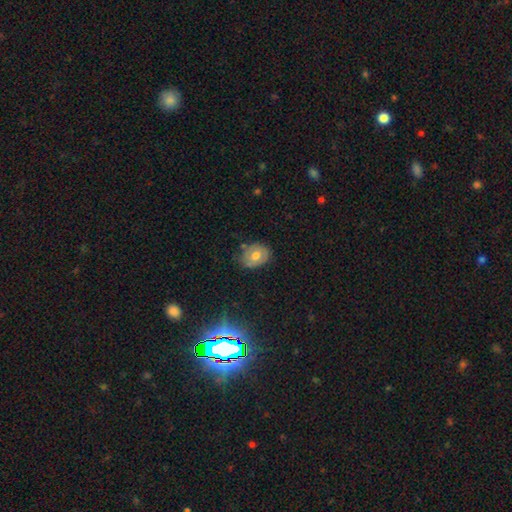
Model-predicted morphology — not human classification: A smooth galaxy with no disk features (55%) that is in between round and cigar-shaped (57%).

Vote fractions:
- Smooth or featured? smooth: 55% / featured or disk: 37% / star or artifact: 9%
- How rounded? in between: 57% / round: 42% / cigar-shaped: 1%
- Merging? none: 71% / minor disturbance: 22% / major disturbance: 5% / merger: 2%